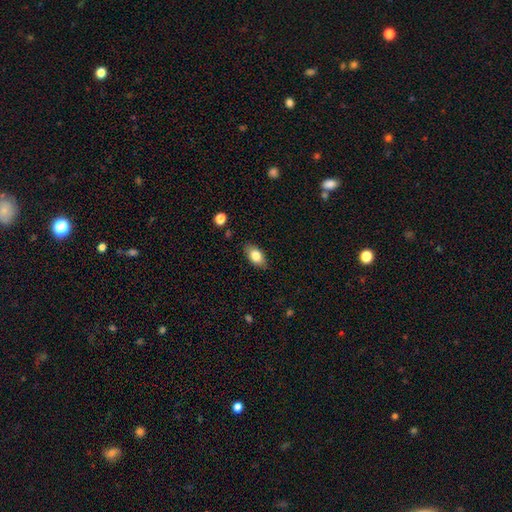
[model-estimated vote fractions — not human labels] Overall: smooth (79%). How rounded: in between (90%). Merging: none (85%).